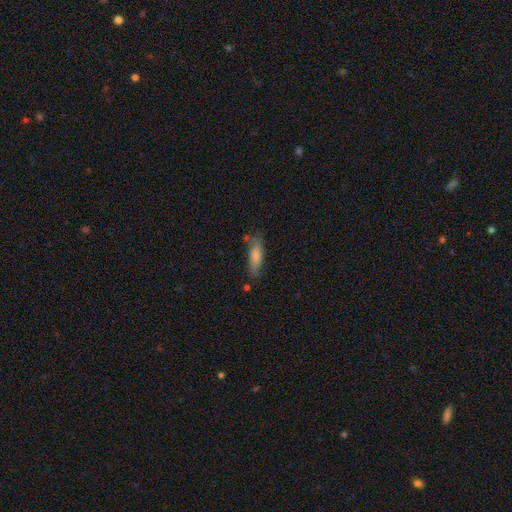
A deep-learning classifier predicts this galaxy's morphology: smooth-or-featured: smooth: 73% | featured or disk: 20% | star or artifact: 7%
  how-rounded: in between: 52% | cigar-shaped: 46% | round: 2%
  merging: none: 67% | minor disturbance: 22% | major disturbance: 6% | merger: 5%